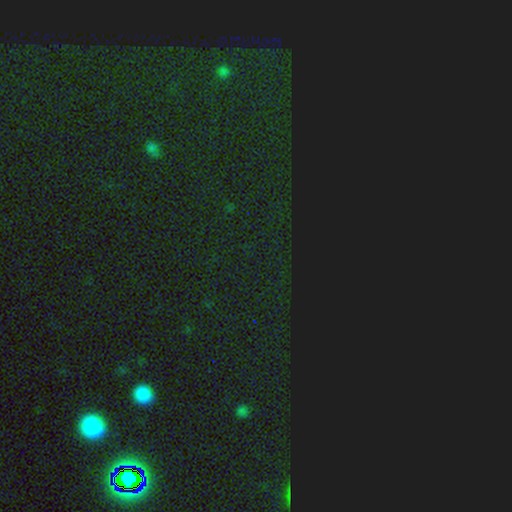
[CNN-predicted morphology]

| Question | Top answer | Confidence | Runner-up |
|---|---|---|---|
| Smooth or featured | star or artifact | 82% | smooth (12%) |